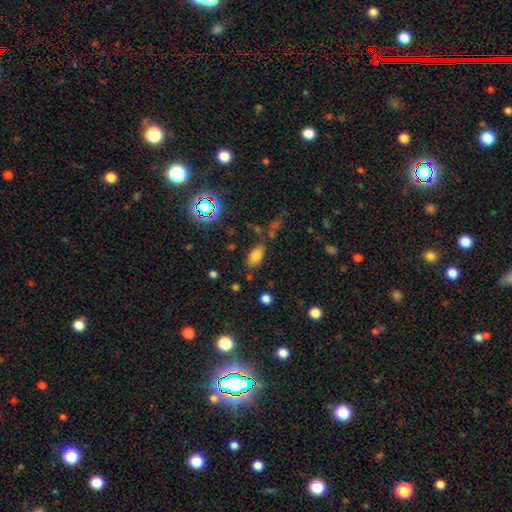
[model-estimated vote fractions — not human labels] The model was most divided on "merging": none: 72%, minor disturbance: 15%, merger: 7%, major disturbance: 5%. More confident: how rounded — in between (89%); smooth or featured — smooth (75%).